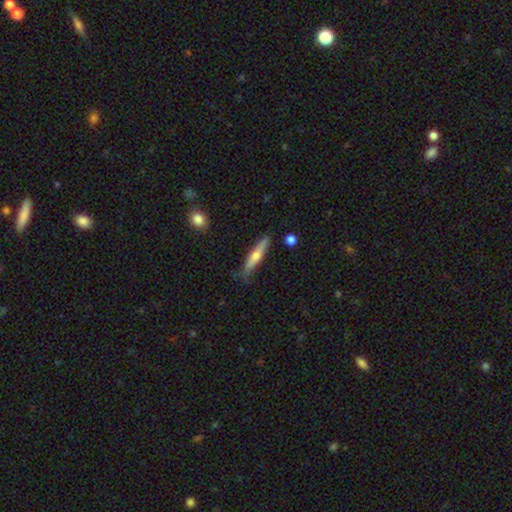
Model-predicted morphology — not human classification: Q: Smooth or featured?
A: smooth (52%); runner-up: featured or disk (42%)
Q: How rounded?
A: cigar-shaped (85%); runner-up: in between (13%)
Q: Merging?
A: none (76%); runner-up: minor disturbance (19%)